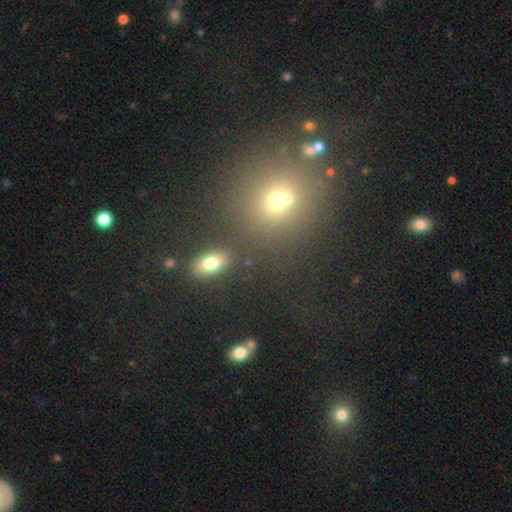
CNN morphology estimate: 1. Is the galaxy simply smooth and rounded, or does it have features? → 55% smooth, 35% star or artifact, 11% featured or disk.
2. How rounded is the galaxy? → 84% round, 14% in between, 2% cigar-shaped.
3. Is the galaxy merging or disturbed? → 76% none, 10% minor disturbance, 8% merger, 5% major disturbance.